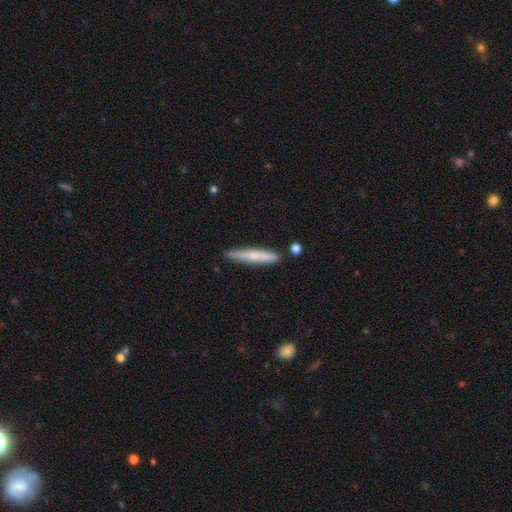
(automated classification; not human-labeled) The model was most divided on "smooth or featured": smooth: 58%, featured or disk: 36%, star or artifact: 6%. More confident: how rounded — cigar-shaped (93%); merging — none (85%).